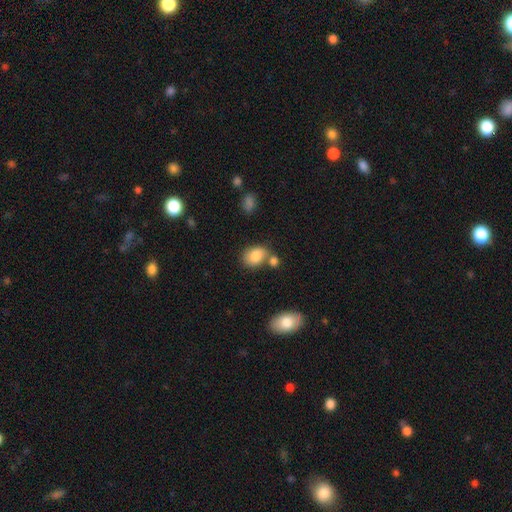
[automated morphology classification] Smooth or featured? Predicted: smooth (p=0.83). How rounded? Predicted: in between (p=0.68). Merging? Predicted: none (p=0.51).